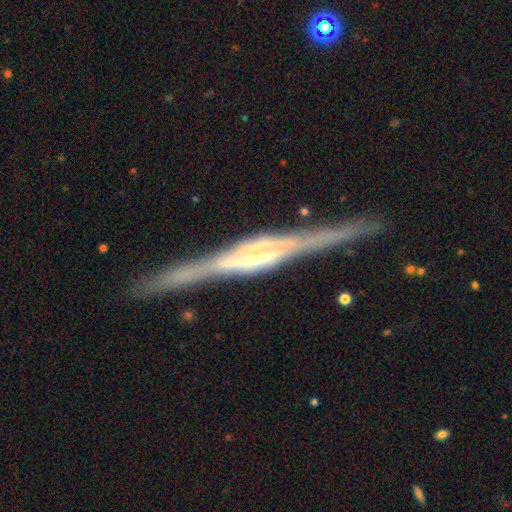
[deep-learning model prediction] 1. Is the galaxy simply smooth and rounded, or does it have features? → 89% featured or disk, 6% smooth, 5% star or artifact.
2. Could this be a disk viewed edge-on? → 98% yes, 2% no.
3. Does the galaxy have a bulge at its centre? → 47% boxy, 46% rounded, 7% none.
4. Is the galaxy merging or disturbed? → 88% none, 9% minor disturbance, 2% major disturbance, 1% merger.